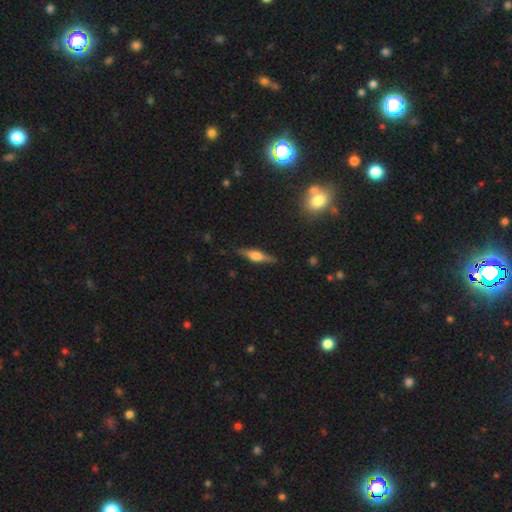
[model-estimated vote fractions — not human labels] The model was most divided on "smooth or featured": featured or disk: 58%, smooth: 35%, star or artifact: 7%. More confident: edge-on disk — yes (95%); merging — none (86%); edge-on bulge — rounded (80%).